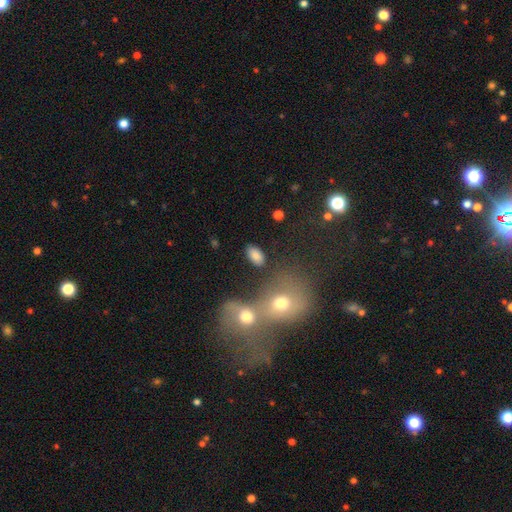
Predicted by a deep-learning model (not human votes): A smooth galaxy with no disk features (83%) that is in between round and cigar-shaped (90%). Merging: none (77%).